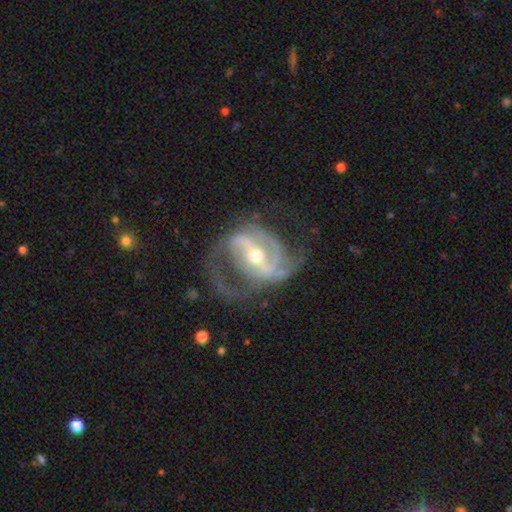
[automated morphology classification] Smooth or featured? featured or disk (89%)
Edge-on disk? no (97%)
Bar? strong (54%)
Spiral arms? yes (93%)
Spiral winding? medium (50%)
Spiral arm count? 2 (73%)
Bulge size? moderate (55%)
Merging? none (52%)